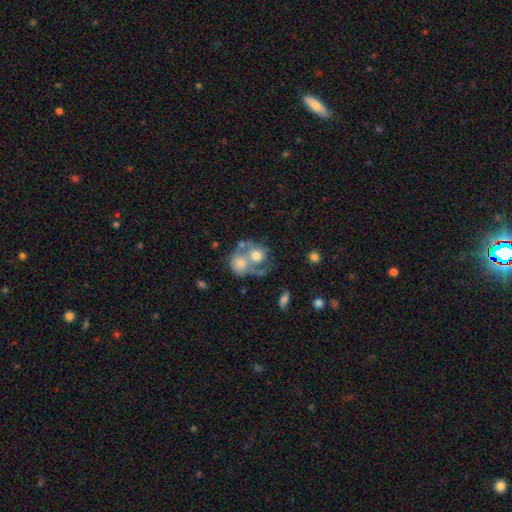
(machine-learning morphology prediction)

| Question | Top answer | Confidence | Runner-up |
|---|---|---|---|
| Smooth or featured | featured or disk | 50% | smooth (33%) |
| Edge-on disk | no | 96% | yes (4%) |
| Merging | merger | 60% | none (24%) |